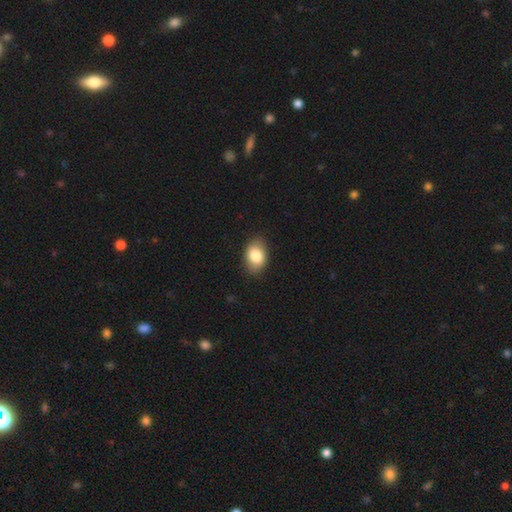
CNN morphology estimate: Smooth or featured? Predicted: smooth (p=0.83). How rounded? Predicted: in between (p=0.84). Merging? Predicted: none (p=0.85).